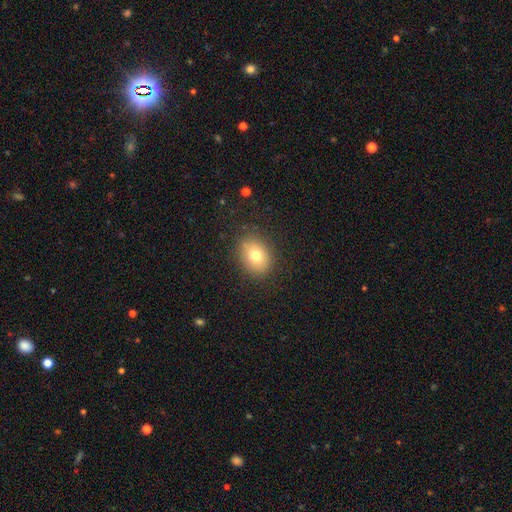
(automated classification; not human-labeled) Smooth or featured? smooth (74%)
How rounded? in between (55%)
Merging? none (84%)